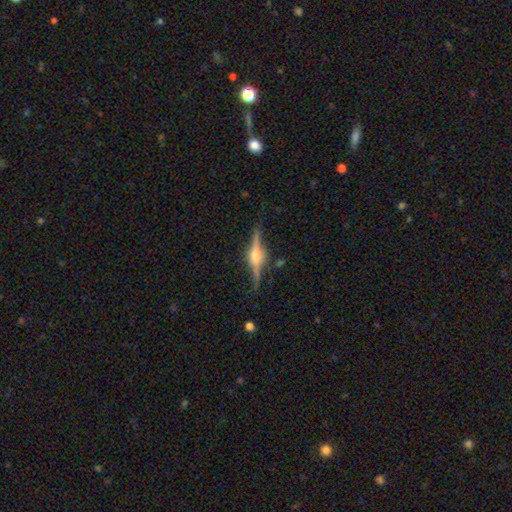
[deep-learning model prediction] This is clearly a featured or disk galaxy (85%). It is clearly viewed edge-on (97%). Edge-on bulge: clearly rounded (91%). Merging: clearly none (84%).